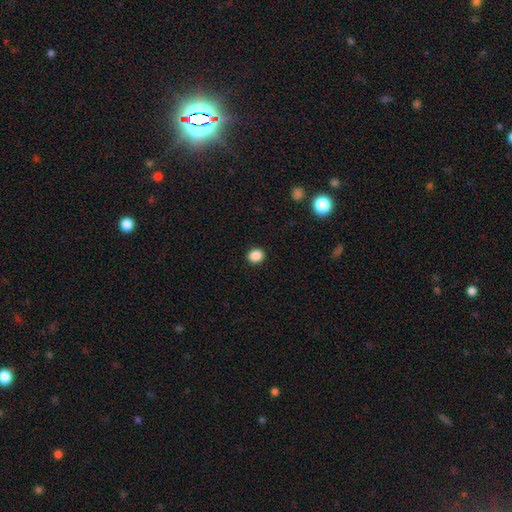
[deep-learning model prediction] A smooth galaxy with no disk features (87%) that is round (78%). Merging: none (92%).